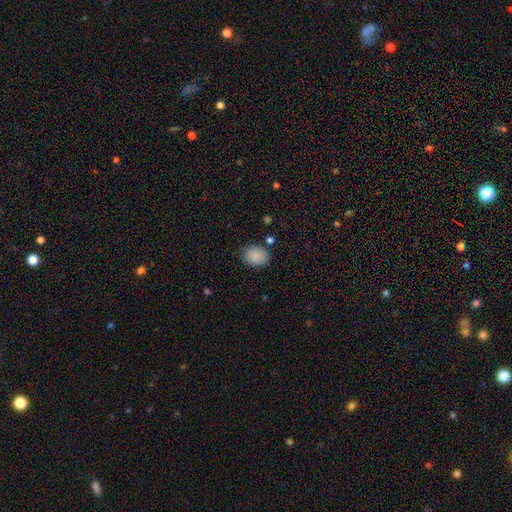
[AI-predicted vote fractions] This appears to be a smooth galaxy with no disk features (89%) that is round (52%). Merging: none (84%).